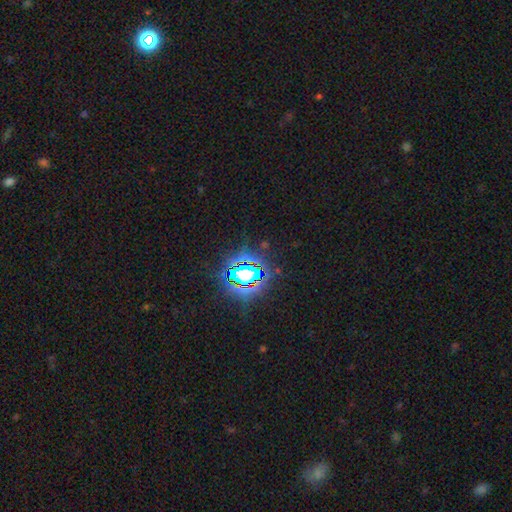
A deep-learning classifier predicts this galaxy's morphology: smooth_or_featured: star or artifact (p=0.83) [alt: smooth p=0.10]